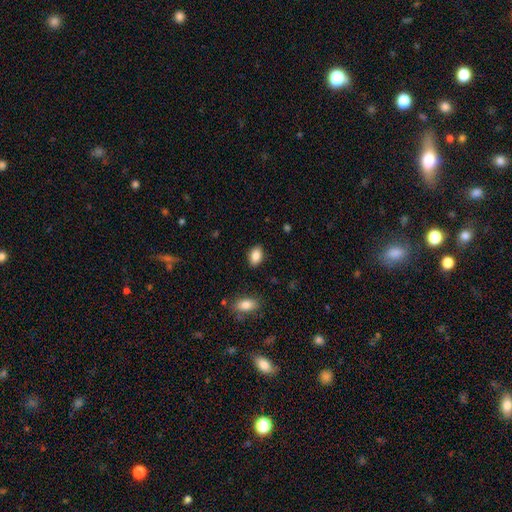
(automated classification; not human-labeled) Overall: smooth (87%). How rounded: in between (86%). Merging: none (87%).